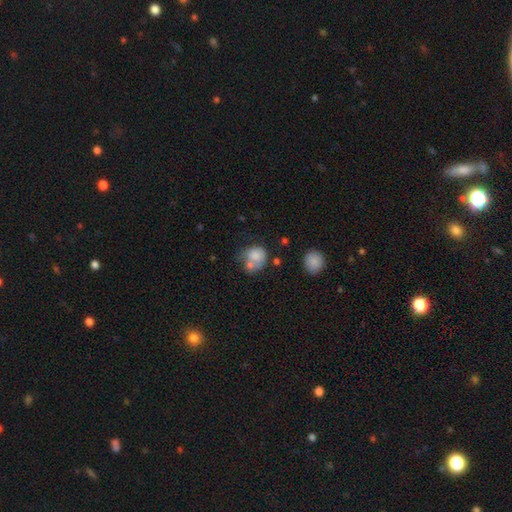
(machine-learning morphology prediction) Q: Smooth or featured?
A: smooth (74%); runner-up: featured or disk (17%)
Q: How rounded?
A: round (65%); runner-up: in between (34%)
Q: Merging?
A: merger (37%); runner-up: none (30%)